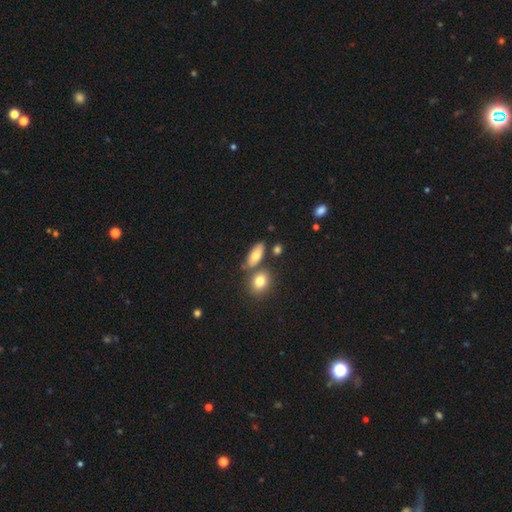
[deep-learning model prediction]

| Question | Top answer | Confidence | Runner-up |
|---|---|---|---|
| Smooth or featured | smooth | 76% | featured or disk (15%) |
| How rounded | in between | 78% | cigar-shaped (13%) |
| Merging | none | 69% | merger (15%) |